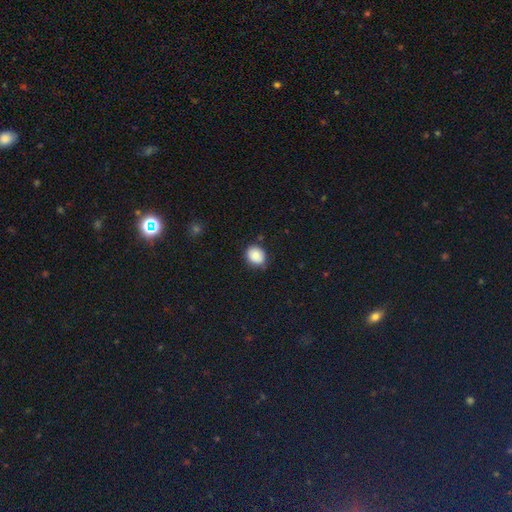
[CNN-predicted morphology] Smooth or featured? smooth (84%)
How rounded? round (61%)
Merging? none (79%)